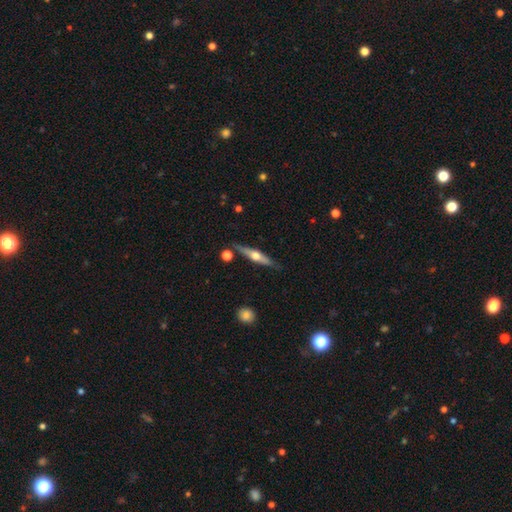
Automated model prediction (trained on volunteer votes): smooth-or-featured: featured or disk: 66% | smooth: 28% | star or artifact: 5%
  disk-edge-on: yes: 96% | no: 4%
    edge-on-bulge: rounded: 93% | boxy: 4% | none: 3%
  merging: none: 82% | minor disturbance: 12% | merger: 4% | major disturbance: 2%